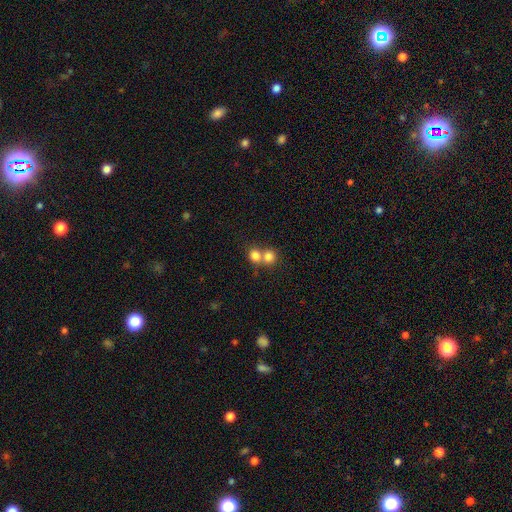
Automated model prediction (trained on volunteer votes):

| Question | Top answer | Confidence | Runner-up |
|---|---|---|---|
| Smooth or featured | smooth | 80% | star or artifact (11%) |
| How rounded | round | 81% | in between (18%) |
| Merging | merger | 57% | none (36%) |